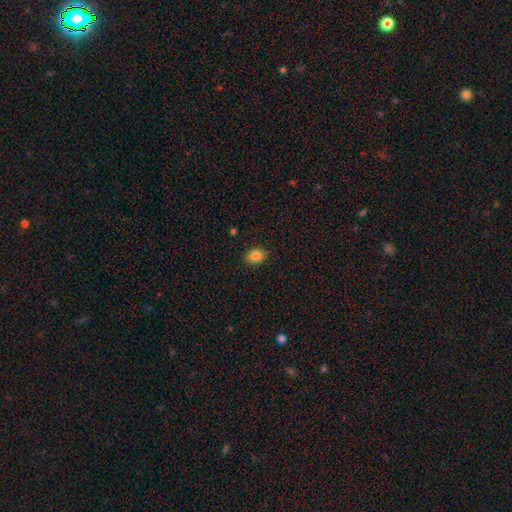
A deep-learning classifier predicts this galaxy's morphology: A smooth galaxy with no disk features (84%) that is in between round and cigar-shaped (67%).

Vote fractions:
- Smooth or featured? smooth: 84% / star or artifact: 10% / featured or disk: 6%
- How rounded? in between: 67% / round: 32% / cigar-shaped: 1%
- Merging? none: 88% / minor disturbance: 9% / major disturbance: 2% / merger: 1%